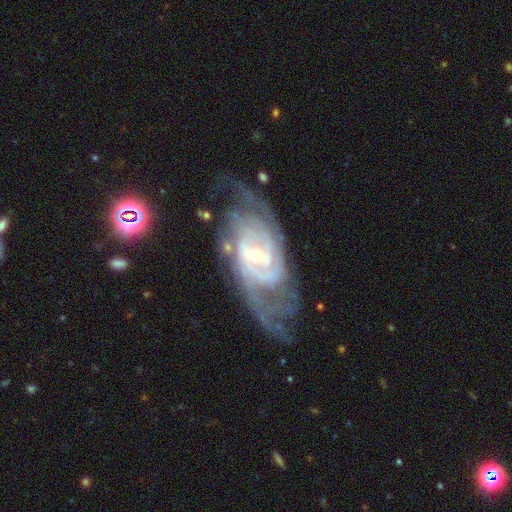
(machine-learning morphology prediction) type=featured or disk (90%); edge-on=no (95%); bar=weak (47%); spiral arms=yes (97%); winding=tight (56%); arm count=2 (37%); bulge=small (69%); merging=none (63%).